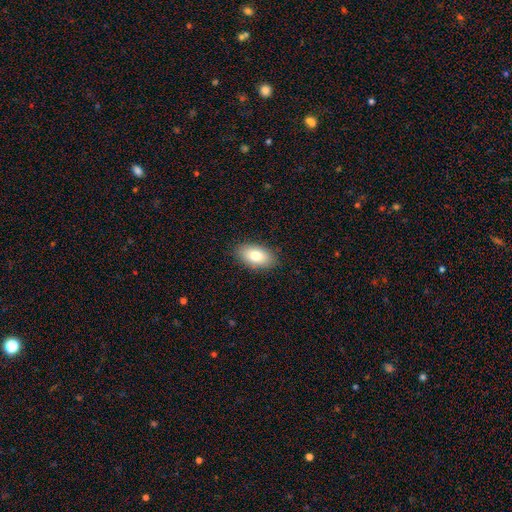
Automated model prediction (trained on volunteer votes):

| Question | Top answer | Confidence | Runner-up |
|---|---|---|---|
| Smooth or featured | smooth | 78% | featured or disk (14%) |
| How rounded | in between | 93% | round (5%) |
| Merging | none | 87% | minor disturbance (9%) |